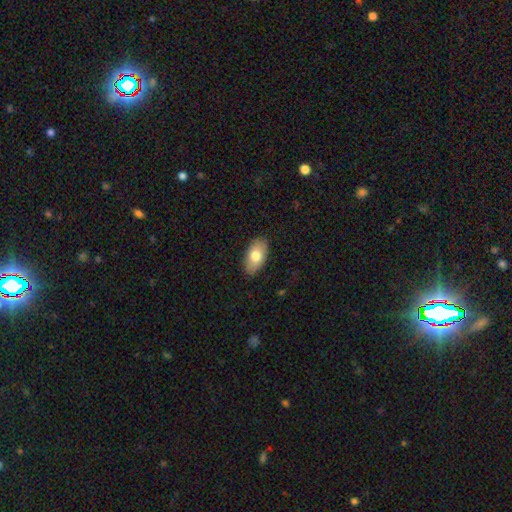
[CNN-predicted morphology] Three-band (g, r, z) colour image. It shows a smooth galaxy with no disk features (76%) that is in between round and cigar-shaped (93%). Merging: none (86%).